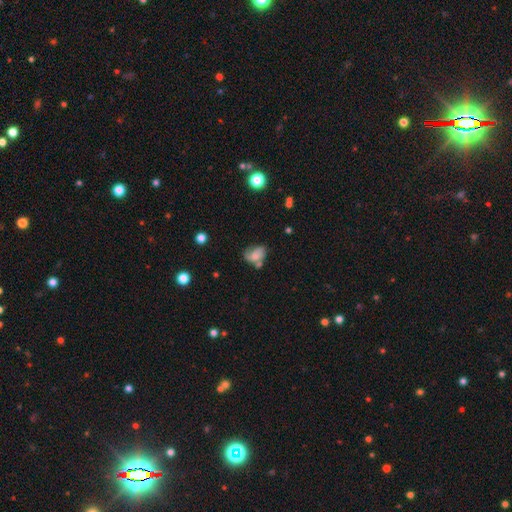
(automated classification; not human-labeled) A smooth galaxy with no disk features (49%).

Vote fractions:
- Smooth or featured? smooth: 49% / featured or disk: 39% / star or artifact: 12%
- Merging? none: 34% / minor disturbance: 26% / merger: 22% / major disturbance: 17%